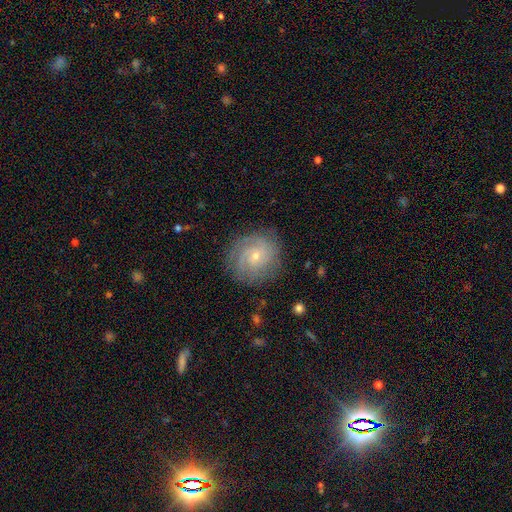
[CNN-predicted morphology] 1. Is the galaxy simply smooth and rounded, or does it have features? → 75% featured or disk, 17% smooth, 8% star or artifact.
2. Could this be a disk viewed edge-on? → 98% no, 2% yes.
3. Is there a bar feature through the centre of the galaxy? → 67% no, 29% weak, 4% strong.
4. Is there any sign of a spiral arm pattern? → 94% yes, 6% no.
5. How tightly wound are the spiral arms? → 65% tight, 28% medium, 7% loose.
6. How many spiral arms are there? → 31% can't tell, 24% 3, 22% 2, 11% 4, 6% 1, 6% more than 4.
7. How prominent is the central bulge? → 73% small, 23% moderate, 2% none, 1% large, 1% dominant.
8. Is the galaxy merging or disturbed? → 81% none, 13% minor disturbance, 5% major disturbance, 1% merger.